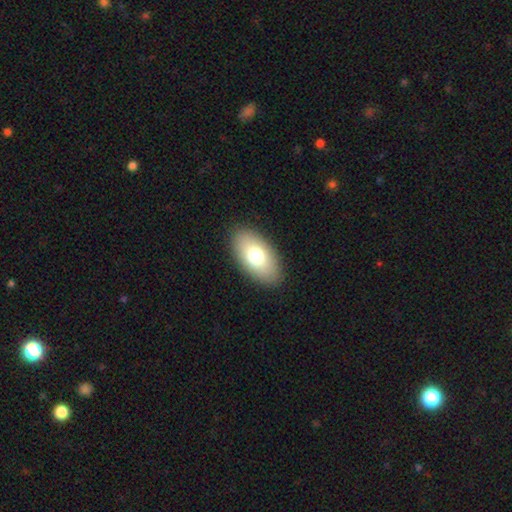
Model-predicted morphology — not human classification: This appears to be a smooth galaxy with no disk features (75%) that is in between round and cigar-shaped (94%). Merging: none (89%).